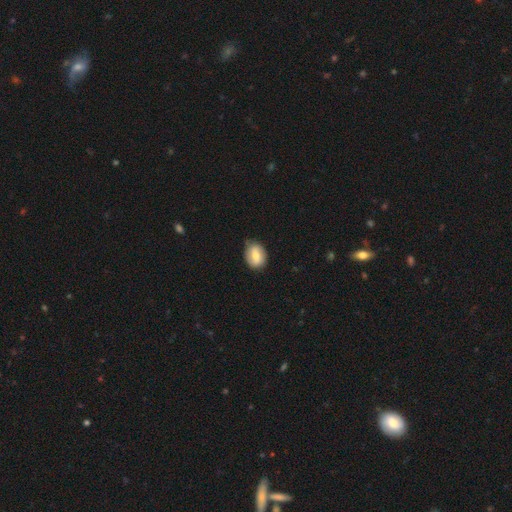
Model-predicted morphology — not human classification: smooth-or-featured: smooth: 65% | featured or disk: 28% | star or artifact: 7%
  how-rounded: in between: 62% | round: 36% | cigar-shaped: 1%
  merging: none: 75% | minor disturbance: 20% | major disturbance: 4% | merger: 1%